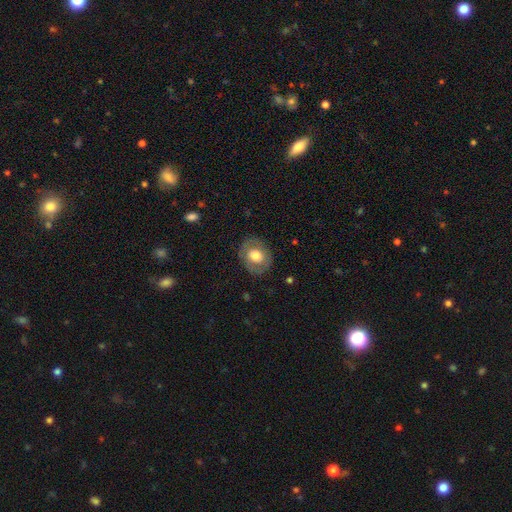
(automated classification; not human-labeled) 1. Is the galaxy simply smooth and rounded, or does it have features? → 61% smooth, 32% featured or disk, 7% star or artifact.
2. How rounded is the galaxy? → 56% round, 43% in between, 1% cigar-shaped.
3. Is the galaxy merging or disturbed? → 81% none, 13% minor disturbance, 5% major disturbance, 1% merger.